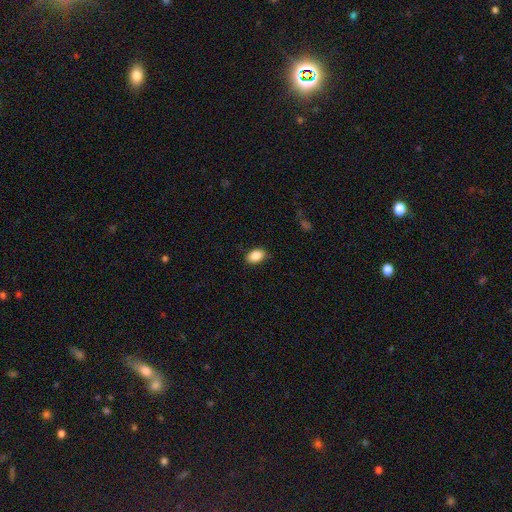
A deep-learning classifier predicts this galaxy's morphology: Smooth or featured?
  - smooth: 87% *
  - star or artifact: 8%
  - featured or disk: 5%
How rounded?
  - in between: 87% *
  - round: 11%
  - cigar-shaped: 1%
Merging?
  - none: 85% *
  - minor disturbance: 12%
  - major disturbance: 3%
  - merger: 1%